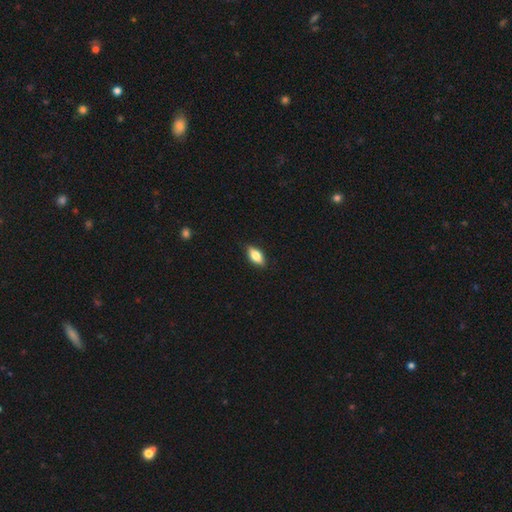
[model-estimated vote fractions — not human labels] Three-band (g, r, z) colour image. It shows a smooth galaxy with no disk features (73%) that is in between round and cigar-shaped (84%). Merging: none (87%).